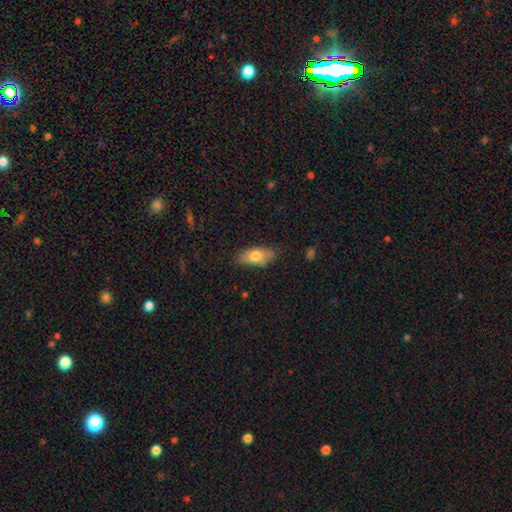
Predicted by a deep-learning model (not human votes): This is likely a smooth galaxy (74%). How rounded: clearly in between (85%). Merging: likely none (73%).